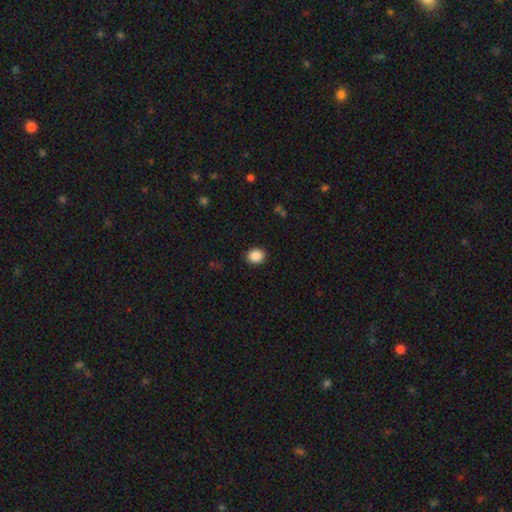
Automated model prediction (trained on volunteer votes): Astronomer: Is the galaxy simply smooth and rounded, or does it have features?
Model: smooth — 88%.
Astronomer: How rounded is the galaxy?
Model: round — 61% (runner-up: in between, 38%).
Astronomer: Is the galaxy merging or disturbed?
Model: none — 90%.